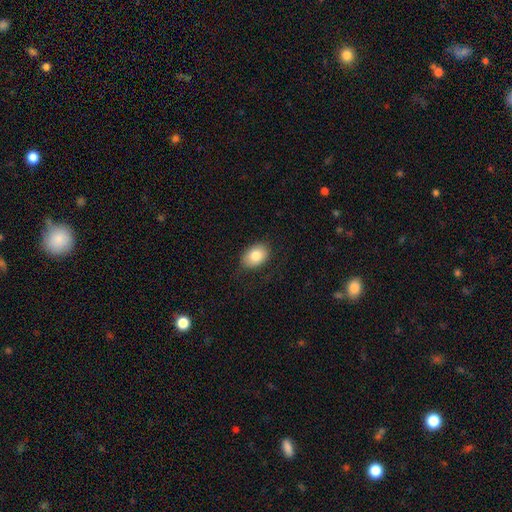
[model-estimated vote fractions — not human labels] A smooth galaxy with no disk features (82%) that is in between round and cigar-shaped (81%).

Vote fractions:
- Smooth or featured? smooth: 82% / featured or disk: 10% / star or artifact: 8%
- How rounded? in between: 81% / round: 18% / cigar-shaped: 1%
- Merging? none: 79% / minor disturbance: 15% / major disturbance: 5% / merger: 1%